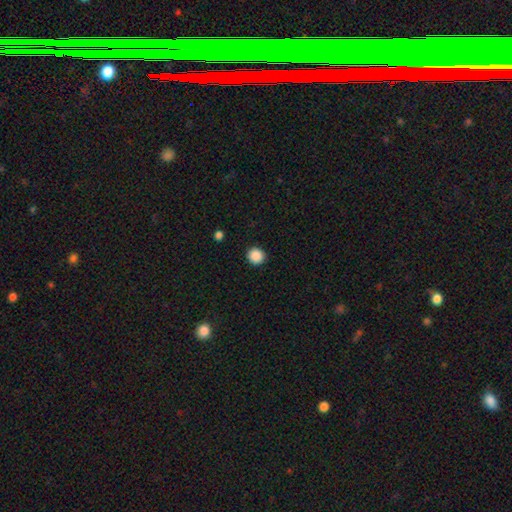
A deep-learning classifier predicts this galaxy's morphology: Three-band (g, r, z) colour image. It shows a smooth galaxy with no disk features (88%) that is round (91%). Merging: none (92%).